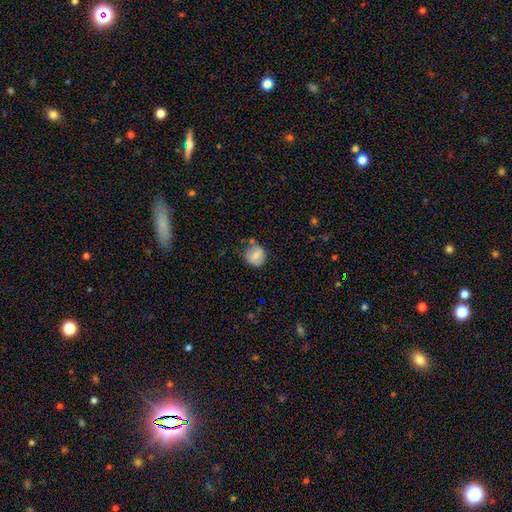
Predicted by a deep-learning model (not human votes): Morphology: type=smooth (74%); roundness=round (83%); merging=none (61%).